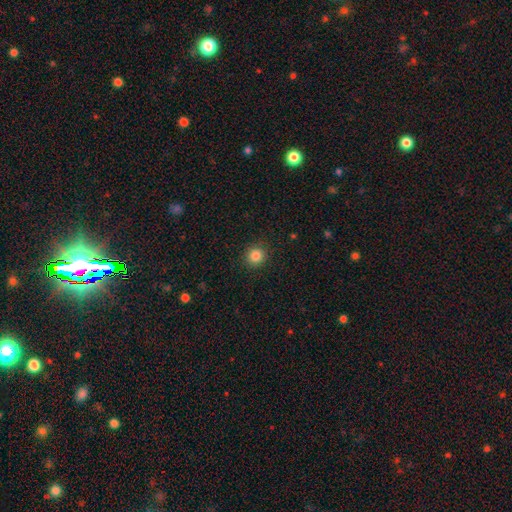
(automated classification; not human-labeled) smooth-or-featured: smooth: 84% | star or artifact: 11% | featured or disk: 4%
  how-rounded: round: 91% | in between: 8% | cigar-shaped: 1%
  merging: none: 91% | minor disturbance: 6% | major disturbance: 2% | merger: 1%